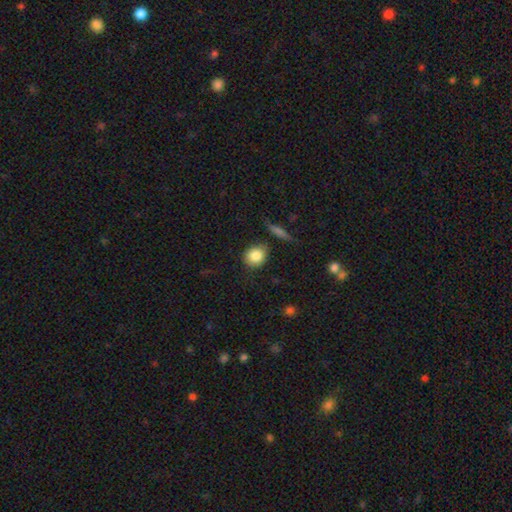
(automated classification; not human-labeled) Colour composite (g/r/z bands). It shows a smooth galaxy with no disk features (84%) that is round (72%). Merging: none (76%).